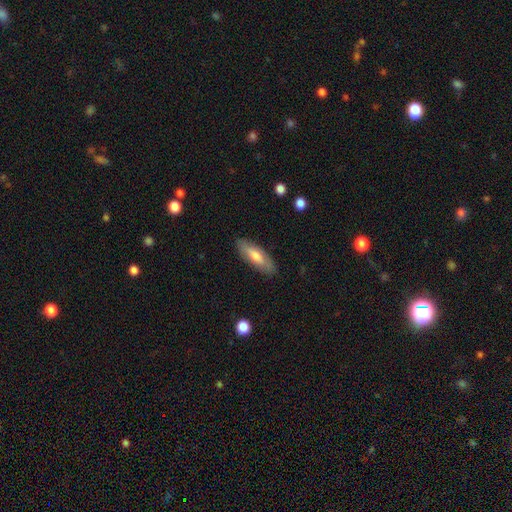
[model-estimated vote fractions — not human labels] Smooth or featured? smooth (64%)
How rounded? in between (60%)
Merging? none (86%)